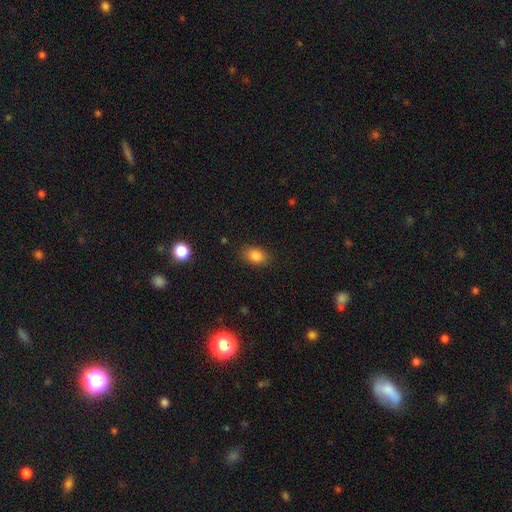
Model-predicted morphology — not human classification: Smooth or featured? smooth (84%)
How rounded? in between (79%)
Merging? none (84%)